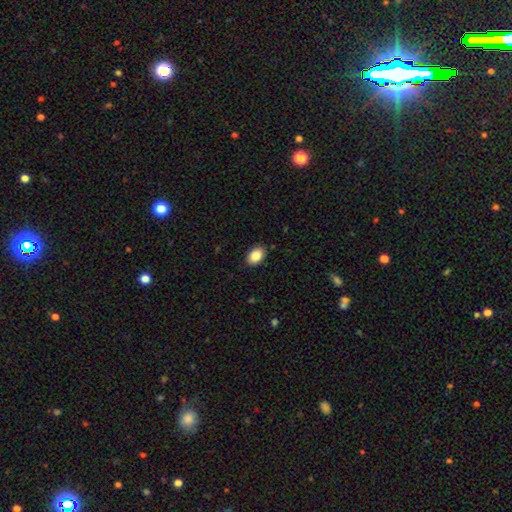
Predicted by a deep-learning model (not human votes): A smooth galaxy with no disk features (88%) that is in between round and cigar-shaped (83%).

Vote fractions:
- Smooth or featured? smooth: 88% / star or artifact: 8% / featured or disk: 5%
- How rounded? in between: 83% / round: 16% / cigar-shaped: 1%
- Merging? none: 88% / minor disturbance: 9% / major disturbance: 2% / merger: 1%